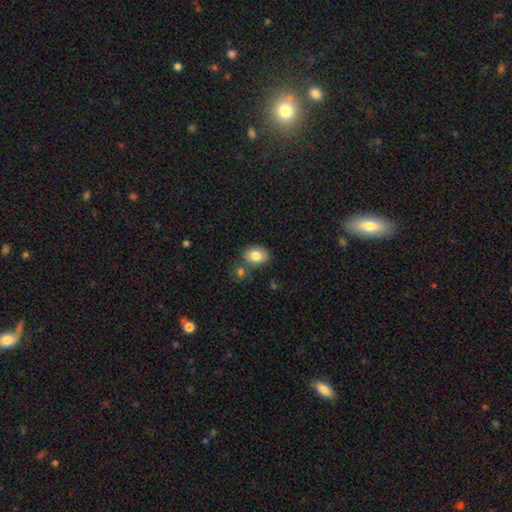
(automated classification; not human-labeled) Morphology: type=smooth (82%); roundness=in between (64%); merging=none (67%).